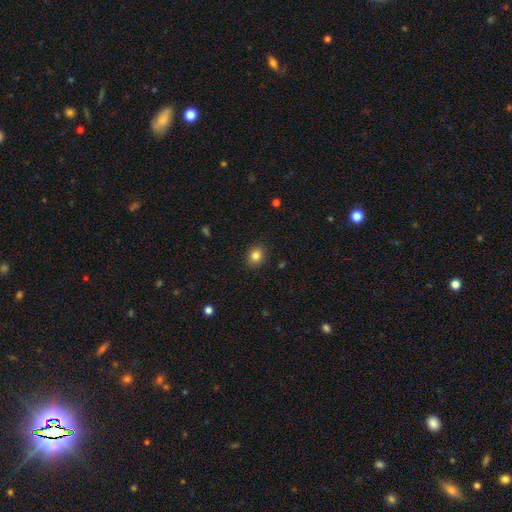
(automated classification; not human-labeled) This appears to be a smooth galaxy with no disk features (85%) that is round (56%). Merging: none (88%).